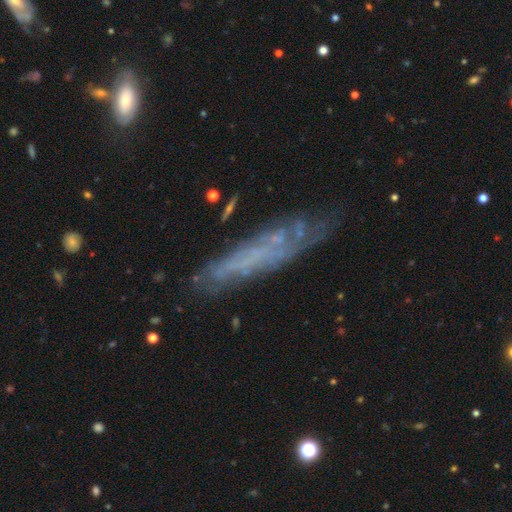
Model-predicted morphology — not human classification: featured or disk 57%, smooth 31%, star or artifact 11%. Down the decision tree: edge-on disk — yes (50%, tied with no); merging — none (67%).